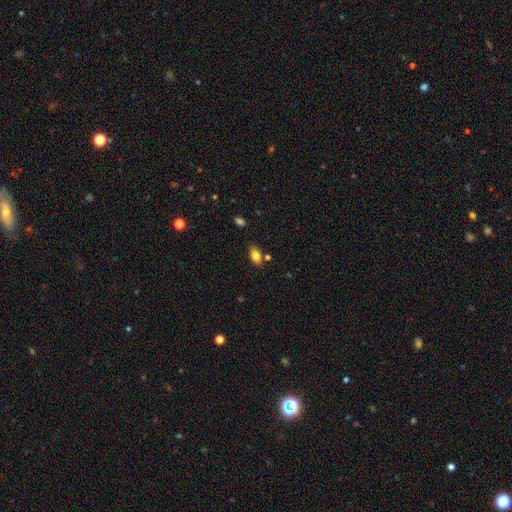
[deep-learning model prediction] Smooth or featured?
  - smooth: 79% *
  - featured or disk: 13%
  - star or artifact: 8%
How rounded?
  - in between: 89% *
  - cigar-shaped: 6%
  - round: 5%
Merging?
  - none: 81% *
  - minor disturbance: 12%
  - merger: 5%
  - major disturbance: 3%